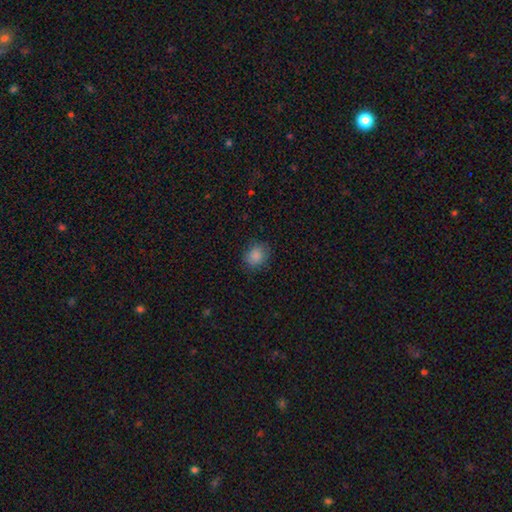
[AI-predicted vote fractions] Morphology: type=smooth (86%); roundness=round (66%); merging=none (83%).